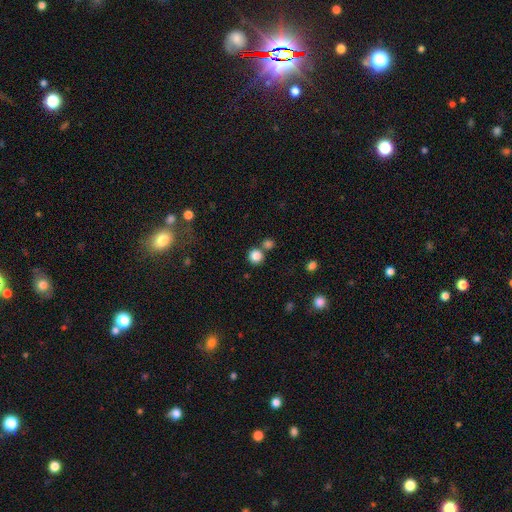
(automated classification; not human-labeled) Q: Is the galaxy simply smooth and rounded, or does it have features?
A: smooth — 85%.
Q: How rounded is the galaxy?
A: round — 93%.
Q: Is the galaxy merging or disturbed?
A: none — 69%.